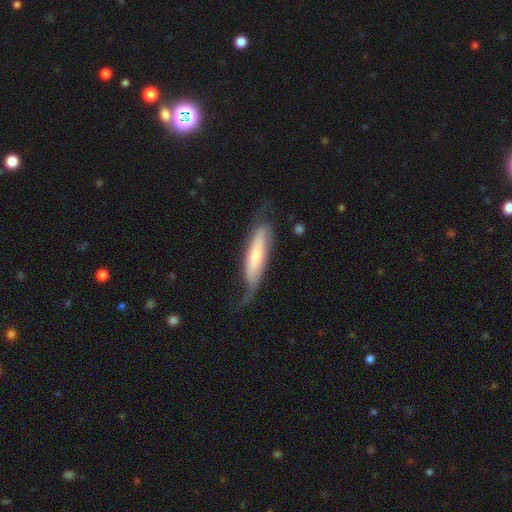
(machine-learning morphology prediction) A featured or disk galaxy (52%). Merging: none (43%).